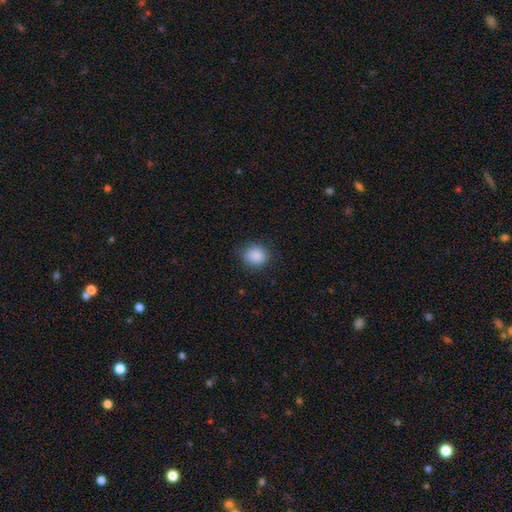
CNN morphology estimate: The model was most divided on "how rounded": round: 74%, in between: 25%, cigar-shaped: 1%. More confident: smooth or featured — smooth (88%); merging — none (81%).